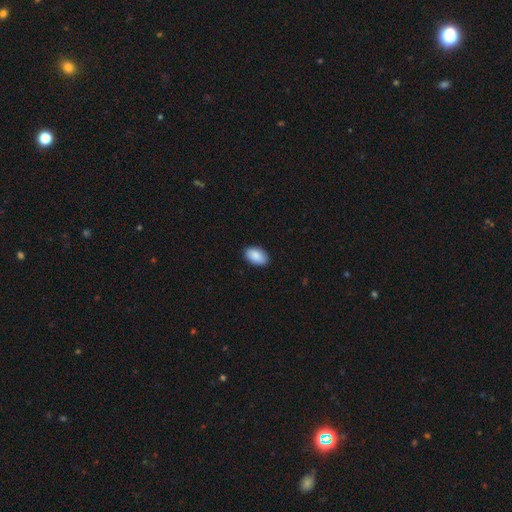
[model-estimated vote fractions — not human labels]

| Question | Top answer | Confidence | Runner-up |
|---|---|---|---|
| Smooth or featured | smooth | 89% | star or artifact (6%) |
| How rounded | in between | 93% | round (5%) |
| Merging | none | 89% | minor disturbance (8%) |